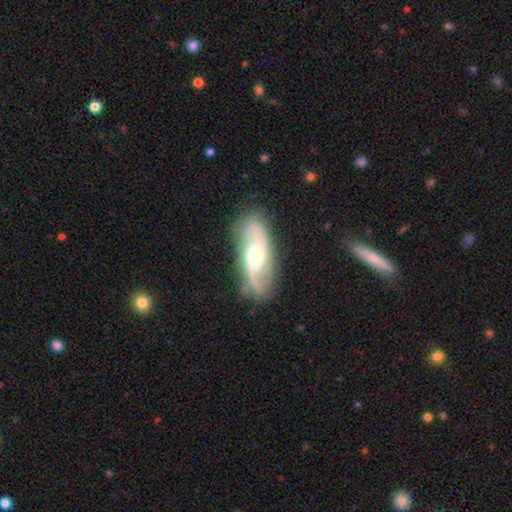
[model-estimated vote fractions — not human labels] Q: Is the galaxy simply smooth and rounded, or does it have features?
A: featured or disk — 78%.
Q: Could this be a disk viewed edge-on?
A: no — 91%.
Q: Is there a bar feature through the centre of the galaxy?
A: no — 52%.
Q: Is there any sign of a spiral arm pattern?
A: yes — 92%.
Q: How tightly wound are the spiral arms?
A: loose — 42%.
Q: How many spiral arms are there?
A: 2 — 87%.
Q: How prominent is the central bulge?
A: moderate — 67%.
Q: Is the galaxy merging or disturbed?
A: none — 80%.